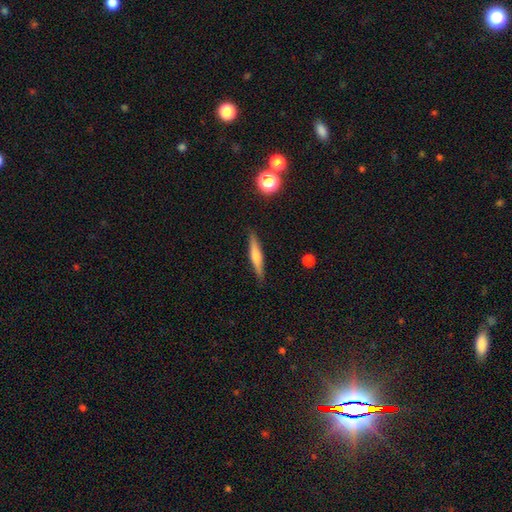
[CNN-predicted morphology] A smooth galaxy with no disk features (48%). Merging: none (89%).